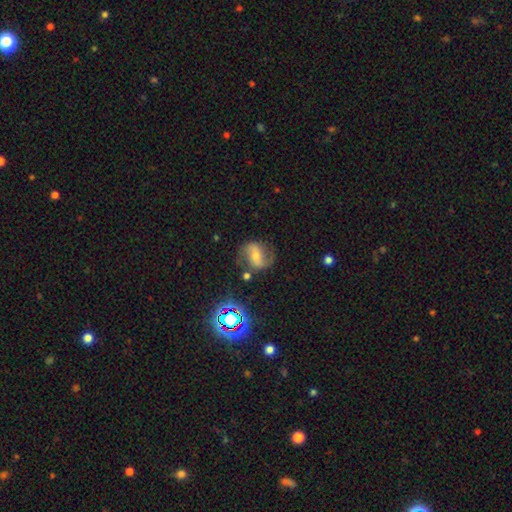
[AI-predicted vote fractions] A featured or disk galaxy (72%) with a weak bar (36%, tied with strong), 2 (89%) medium (44%) spiral arms (91%) and a small central bulge (46%, tied with moderate).

Vote fractions:
- Smooth or featured? featured or disk: 72% / smooth: 17% / star or artifact: 12%
- Edge-on disk? no: 97% / yes: 3%
- Bar? weak: 36% (tied) / strong: 36% (tied) / no: 28%
- Spiral arms? yes: 91% / no: 9%
- Spiral winding? medium: 44% / loose: 42% / tight: 14%
- Spiral arm count? 2: 89% / can't tell: 5% / 1: 3% / 3: 1% / 4: 1% / more than 4: 1%
- Bulge size? small: 46% (tied) / moderate: 46% (tied) / large: 4% / none: 3% / dominant: 1%
- Merging? none: 70% / minor disturbance: 17% / major disturbance: 9% / merger: 4%